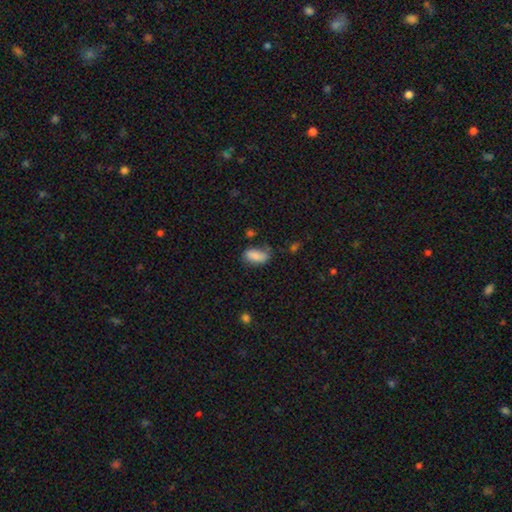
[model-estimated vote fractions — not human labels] Smooth or featured?
  - smooth: 83% *
  - featured or disk: 9%
  - star or artifact: 8%
How rounded?
  - in between: 89% *
  - cigar-shaped: 7%
  - round: 4%
Merging?
  - none: 61% *
  - minor disturbance: 26%
  - major disturbance: 8%
  - merger: 5%